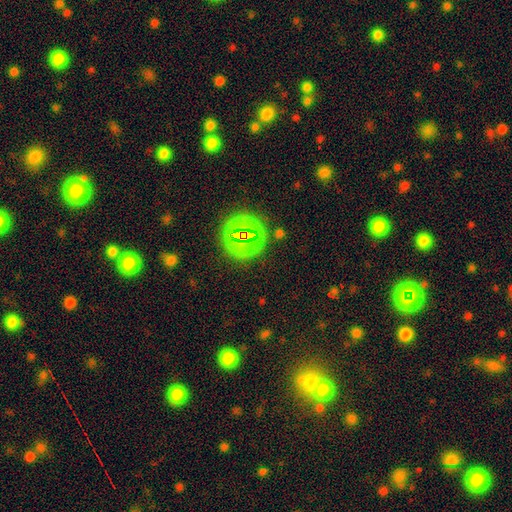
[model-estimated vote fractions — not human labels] Smooth or featured? Predicted: star or artifact (p=0.64).